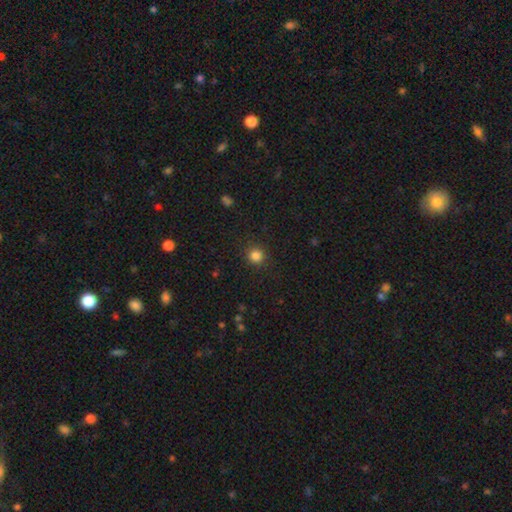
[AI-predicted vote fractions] Smooth or featured? Predicted: smooth (p=0.83). How rounded? Predicted: round (p=0.93). Merging? Predicted: none (p=0.90).